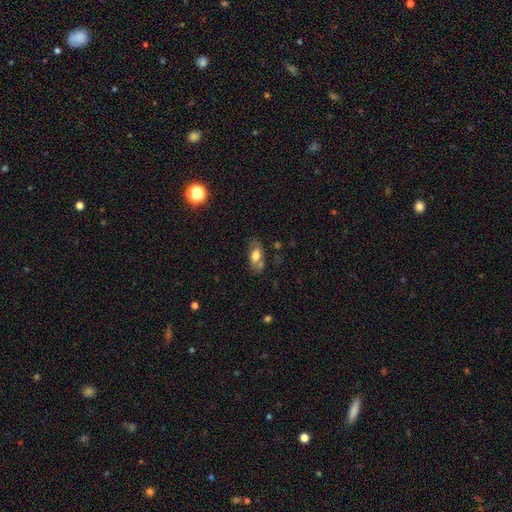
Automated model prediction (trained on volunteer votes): smooth_or_featured: smooth (p=0.64) [alt: featured or disk p=0.28]
how_rounded: in between (p=0.84) [alt: cigar-shaped p=0.11]
merging: none (p=0.56) [alt: minor disturbance p=0.21]